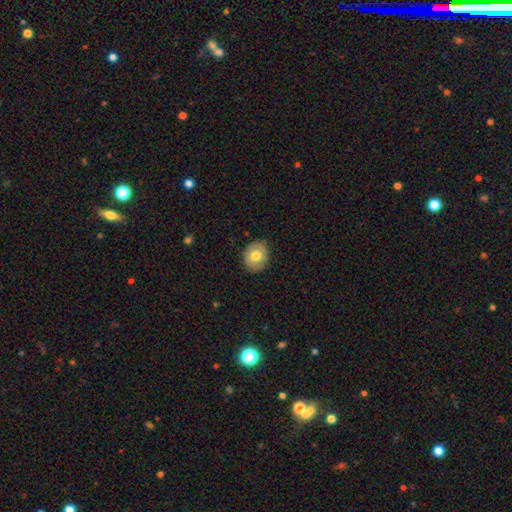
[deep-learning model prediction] smooth 72%, featured or disk 20%, star or artifact 7%. Down the decision tree: how rounded — round (59%); merging — none (84%).